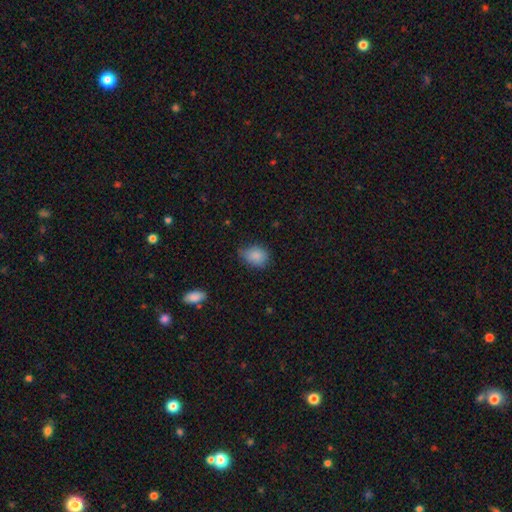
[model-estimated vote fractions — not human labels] This is clearly a smooth galaxy (85%). How rounded: possibly round (50%). Merging: likely none (61%).